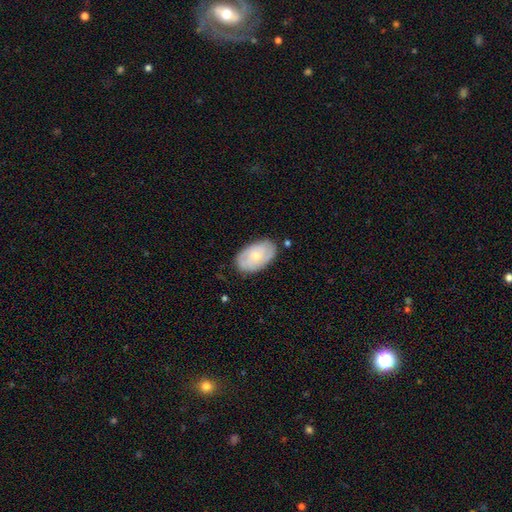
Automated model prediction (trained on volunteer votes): This appears to be a featured or disk galaxy (48%). Merging: none (79%).